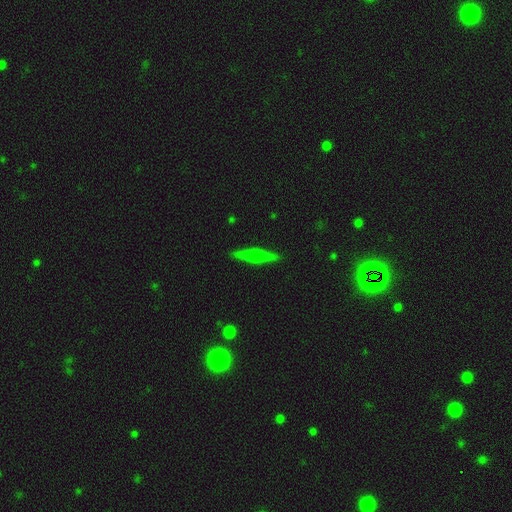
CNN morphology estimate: This is possibly a featured or disk galaxy (48%). Merging: clearly none (90%).